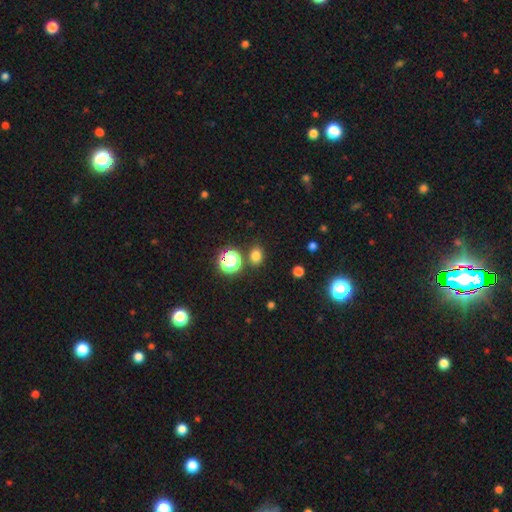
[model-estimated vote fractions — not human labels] Smooth or featured?
  - smooth: 75% *
  - star or artifact: 20%
  - featured or disk: 5%
How rounded?
  - round: 58% *
  - in between: 41%
  - cigar-shaped: 1%
Merging?
  - none: 82% *
  - minor disturbance: 9%
  - merger: 6%
  - major disturbance: 3%